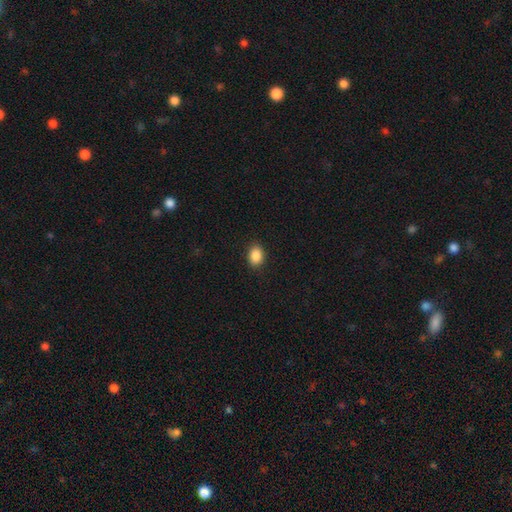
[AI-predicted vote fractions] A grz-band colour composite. It shows a smooth galaxy with no disk features (89%) that is in between round and cigar-shaped (72%). Merging: none (89%).